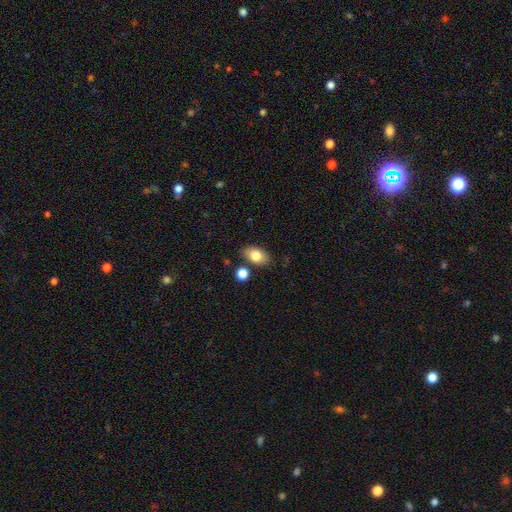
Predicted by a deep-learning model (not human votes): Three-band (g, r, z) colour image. It shows a smooth galaxy with no disk features (80%) that is in between round and cigar-shaped (88%). Merging: none (80%).